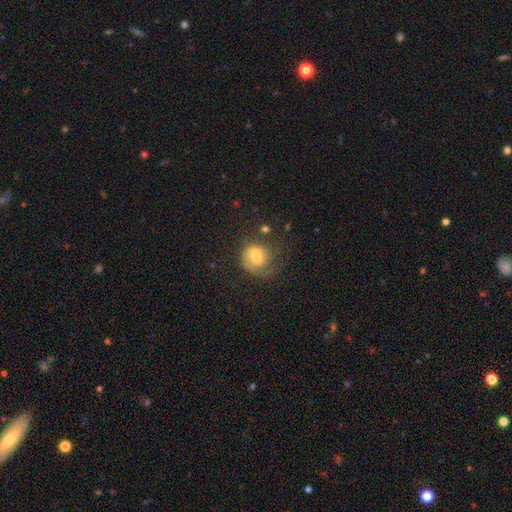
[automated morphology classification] A smooth galaxy with no disk features (48%).

Vote fractions:
- Smooth or featured? smooth: 48% / featured or disk: 42% / star or artifact: 10%
- Merging? none: 41% / major disturbance: 29% / minor disturbance: 23% / merger: 7%